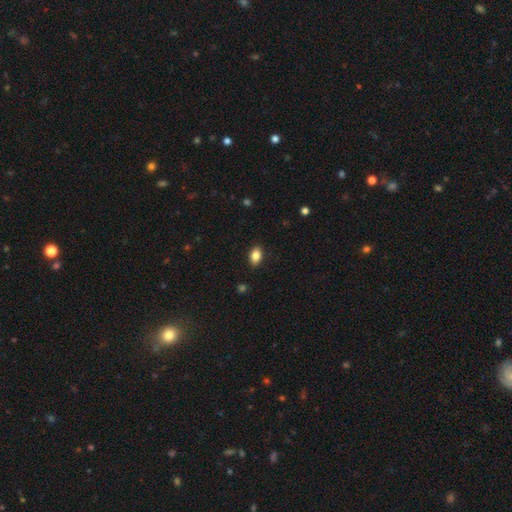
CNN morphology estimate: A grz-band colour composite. It shows a smooth galaxy with no disk features (85%) that is in between round and cigar-shaped (86%). Merging: none (88%).